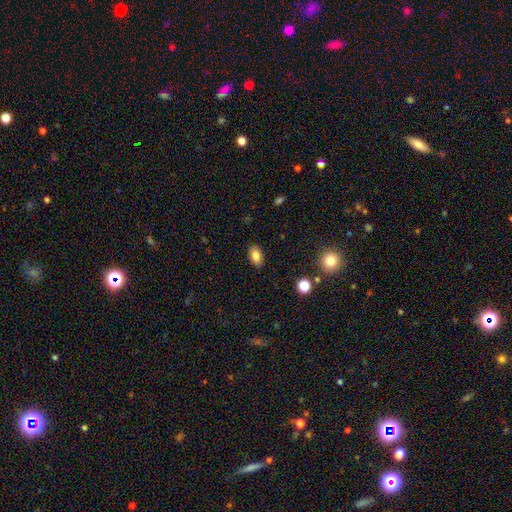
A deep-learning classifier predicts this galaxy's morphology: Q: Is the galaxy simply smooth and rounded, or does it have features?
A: smooth — 84%.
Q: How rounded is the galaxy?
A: in between — 90%.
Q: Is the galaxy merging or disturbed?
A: none — 88%.